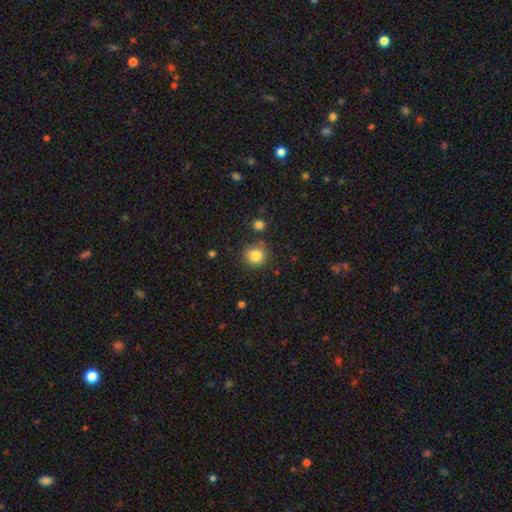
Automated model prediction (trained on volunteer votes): smooth 83%, star or artifact 11%, featured or disk 6%. Down the decision tree: how rounded — round (91%); merging — none (82%).